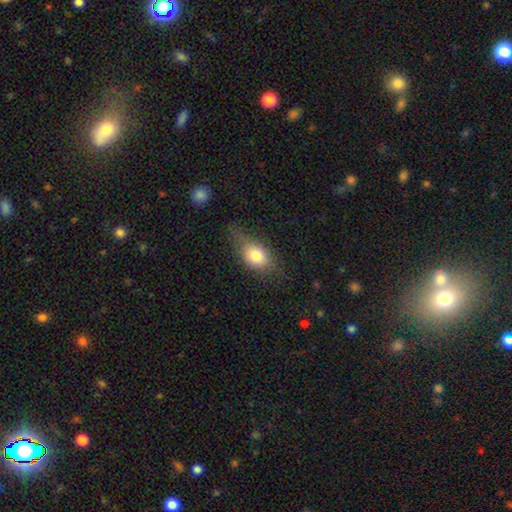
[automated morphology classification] Smooth or featured? smooth (75%)
How rounded? in between (73%)
Merging? none (51%)